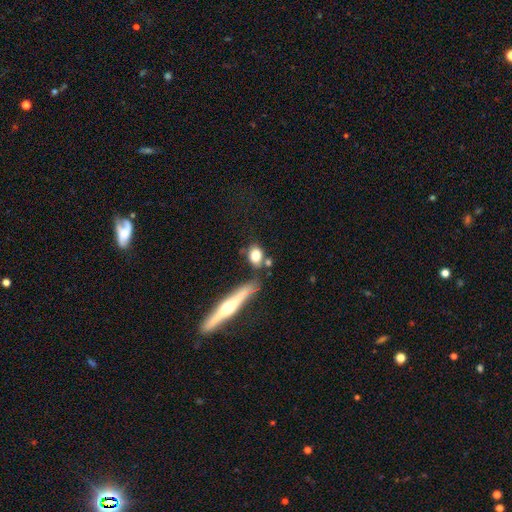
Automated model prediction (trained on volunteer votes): Morphology: type=smooth (78%); roundness=in between (62%); merging=none (61%).